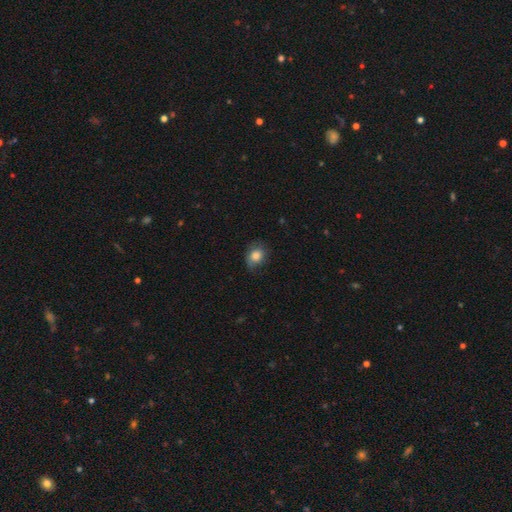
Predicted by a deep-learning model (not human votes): Smooth or featured? Predicted: smooth (p=0.81). How rounded? Predicted: round (p=0.53). Merging? Predicted: none (p=0.66).